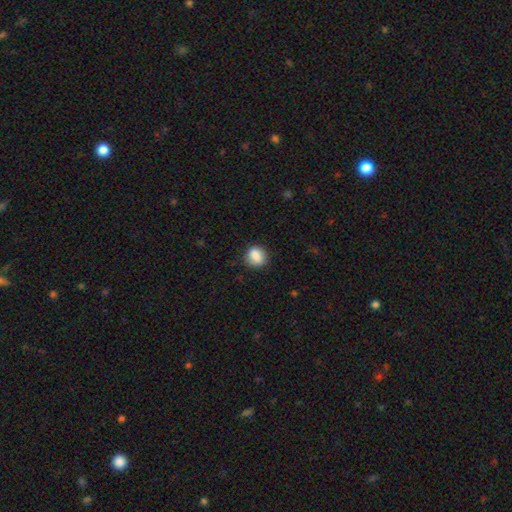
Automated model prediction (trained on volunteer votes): A smooth galaxy with no disk features (86%) that is round (59%). Merging: none (79%).